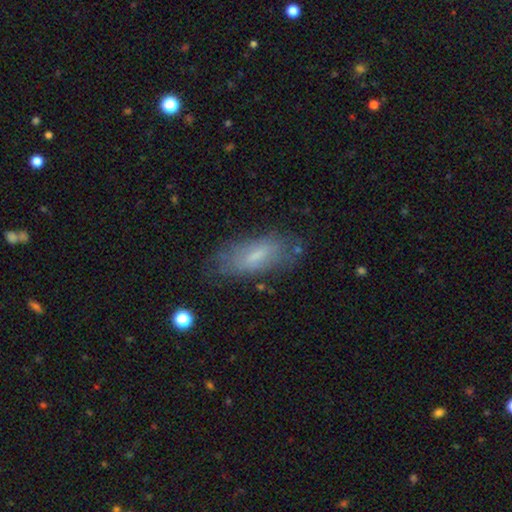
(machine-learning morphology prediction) Q: Smooth or featured?
A: smooth (59%); runner-up: featured or disk (33%)
Q: How rounded?
A: in between (71%); runner-up: cigar-shaped (26%)
Q: Merging?
A: none (70%); runner-up: minor disturbance (21%)